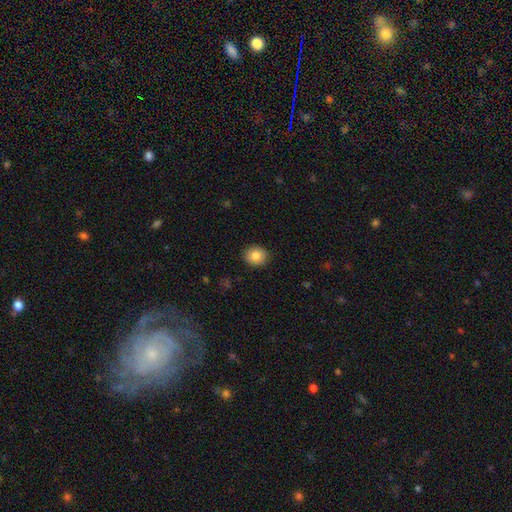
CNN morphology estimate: Overall: smooth (84%). How rounded: round (79%). Merging: none (90%).